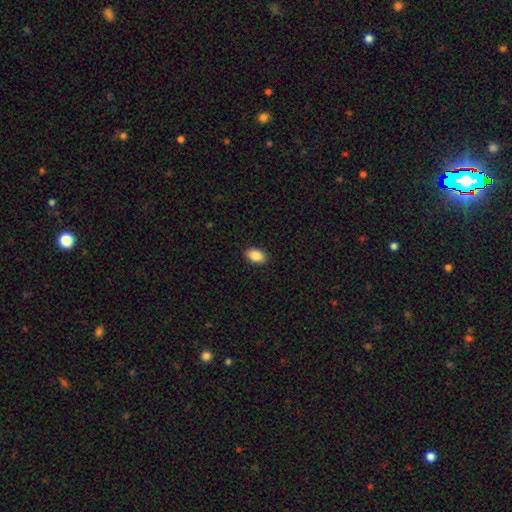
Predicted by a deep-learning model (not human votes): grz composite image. It shows a smooth galaxy with no disk features (87%) that is in between round and cigar-shaped (90%). Merging: none (90%).